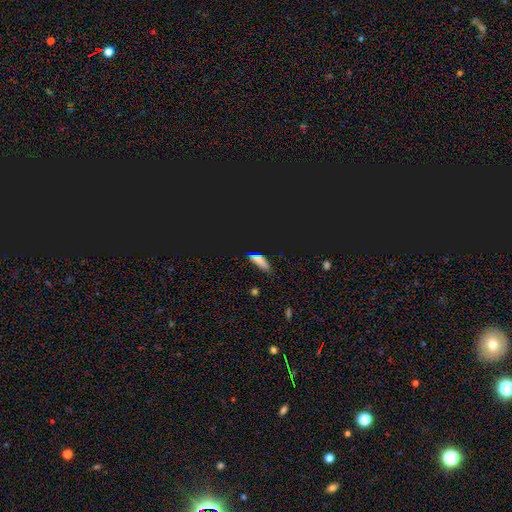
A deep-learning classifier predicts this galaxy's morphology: type=smooth (47%); merging=none (65%).